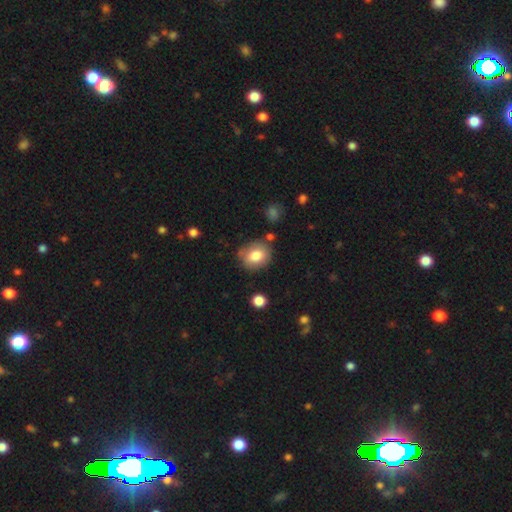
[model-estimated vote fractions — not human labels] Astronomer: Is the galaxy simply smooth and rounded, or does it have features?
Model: smooth — 80%.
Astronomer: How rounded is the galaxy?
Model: round — 53% (runner-up: in between, 46%).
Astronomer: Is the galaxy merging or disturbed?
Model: none — 74%.